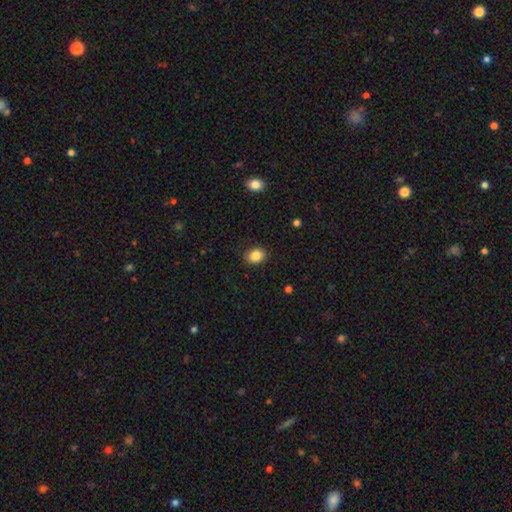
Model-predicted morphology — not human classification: Smooth or featured?
  - smooth: 86% *
  - star or artifact: 9%
  - featured or disk: 5%
How rounded?
  - in between: 53% *
  - round: 46%
  - cigar-shaped: 1%
Merging?
  - none: 83% *
  - minor disturbance: 12%
  - major disturbance: 3%
  - merger: 1%